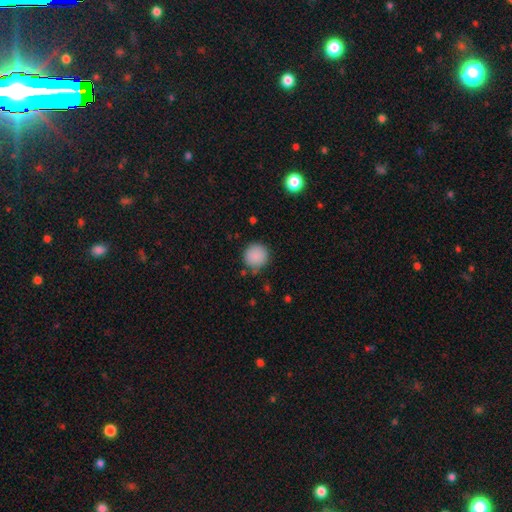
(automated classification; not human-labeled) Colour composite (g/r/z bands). It shows a smooth galaxy with no disk features (88%) that is round (93%). Merging: none (81%).